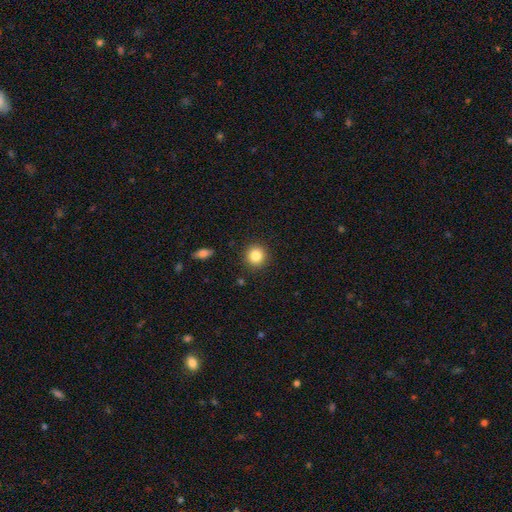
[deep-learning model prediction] This is clearly a smooth galaxy (85%). How rounded: clearly round (92%). Merging: clearly none (90%).